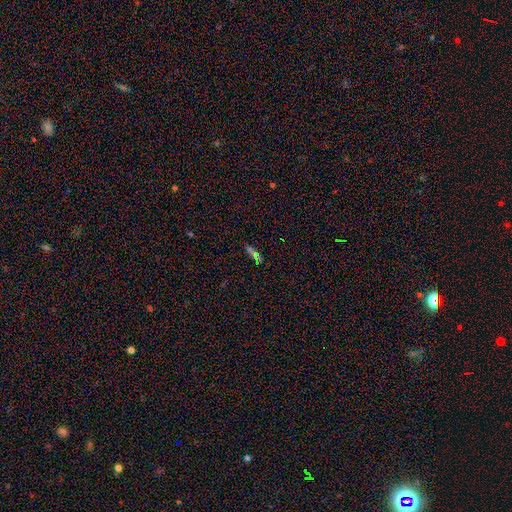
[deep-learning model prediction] This appears to be a star or artifact, not a galaxy (44%).